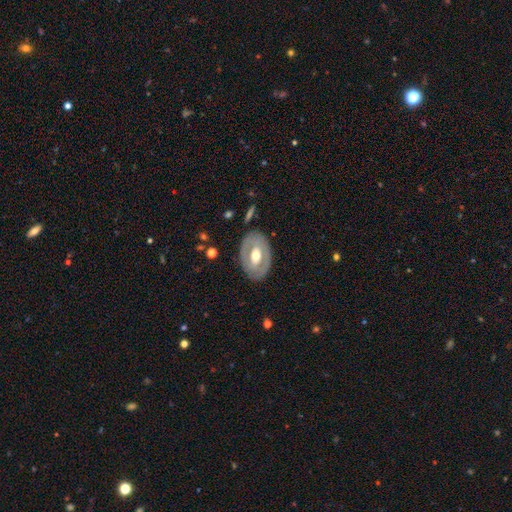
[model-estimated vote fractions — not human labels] The model was most divided on "bar": no: 46%, weak: 33%, strong: 21%. More confident: edge-on disk — no (91%); merging — none (82%); spiral arms — no (75%); bulge size — moderate (72%); smooth or featured — featured or disk (62%).